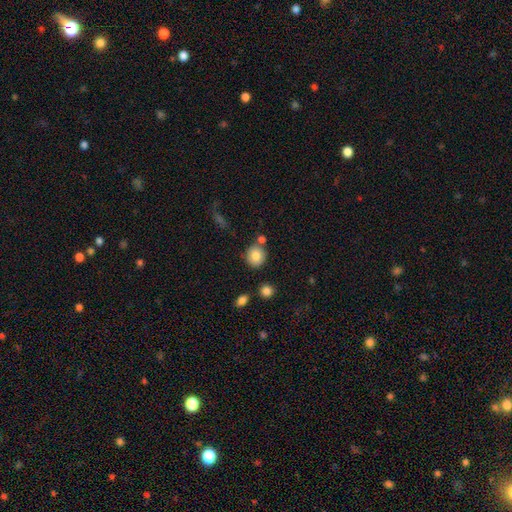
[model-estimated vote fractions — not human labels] smooth 83%, star or artifact 9%, featured or disk 8%. Down the decision tree: how rounded — round (84%); merging — none (75%).